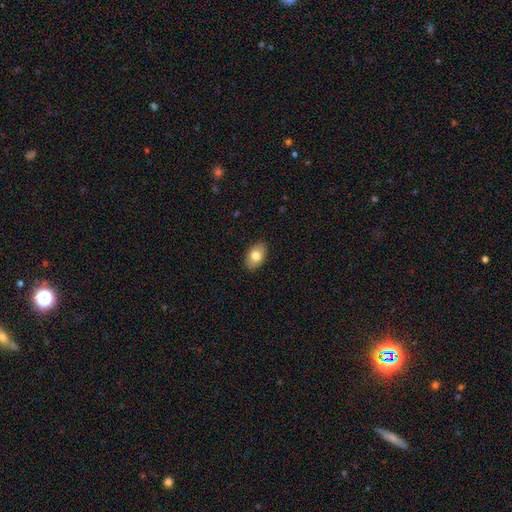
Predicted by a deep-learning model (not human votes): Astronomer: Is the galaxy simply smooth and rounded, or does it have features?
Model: smooth — 79%.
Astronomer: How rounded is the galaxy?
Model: in between — 89%.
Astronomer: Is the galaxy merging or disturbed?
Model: none — 88%.